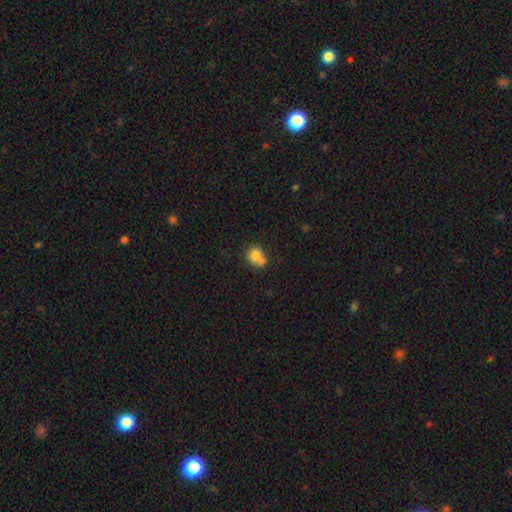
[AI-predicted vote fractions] Smooth or featured: smooth — 78% (featured or disk — 12%)
How rounded: round — 64% (in between — 35%)
Merging: none — 41% (merger — 35%)